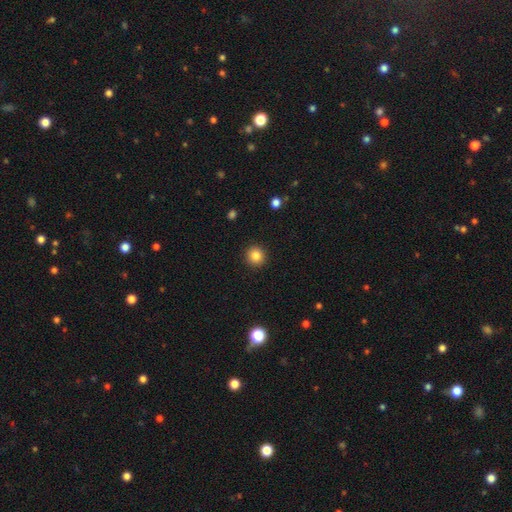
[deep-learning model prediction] This is clearly a smooth galaxy (84%). How rounded: clearly round (94%). Merging: clearly none (92%).